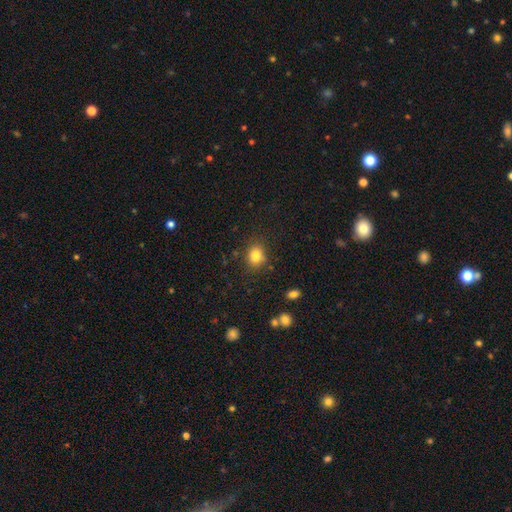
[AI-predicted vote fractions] The model was most divided on "how rounded": round: 63%, in between: 36%, cigar-shaped: 1%. More confident: smooth or featured — smooth (83%); merging — none (81%).